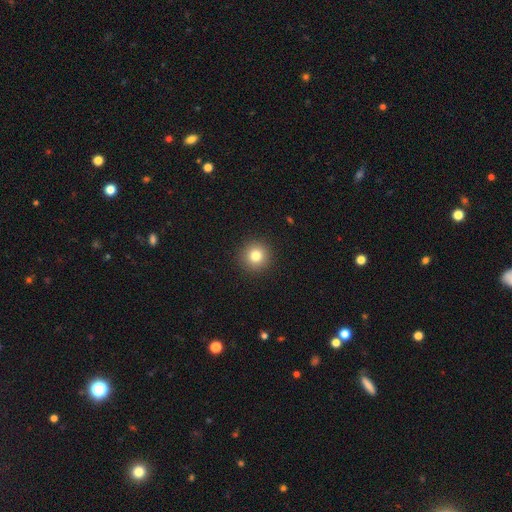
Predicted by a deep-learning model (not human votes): The model was most divided on "smooth or featured": smooth: 80%, star or artifact: 12%, featured or disk: 8%. More confident: how rounded — round (95%); merging — none (92%).